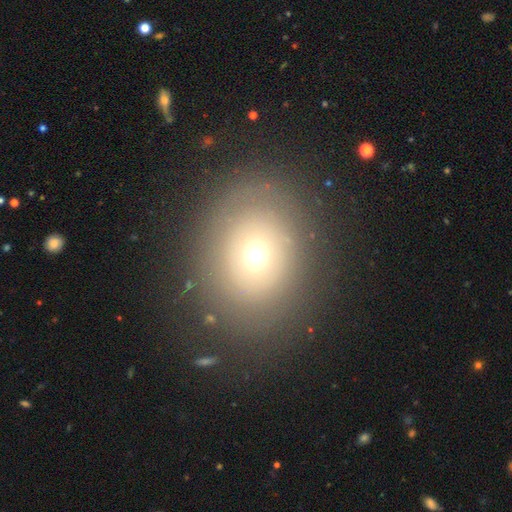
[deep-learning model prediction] The model was most divided on "how rounded": round: 55%, in between: 43%, cigar-shaped: 1%. More confident: merging — none (77%); smooth or featured — smooth (58%).